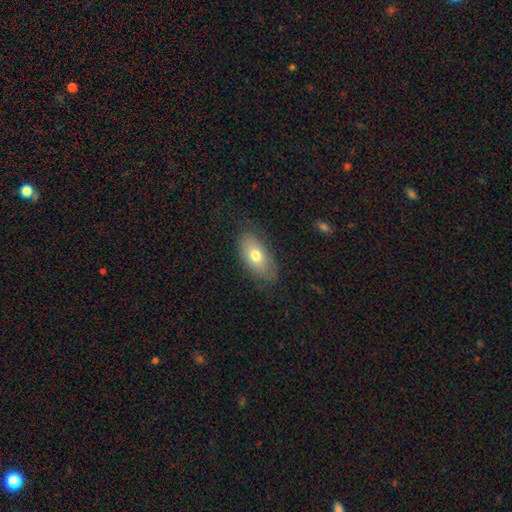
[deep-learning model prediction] A smooth galaxy with no disk features (70%) that is in between round and cigar-shaped (90%). Merging: none (79%).